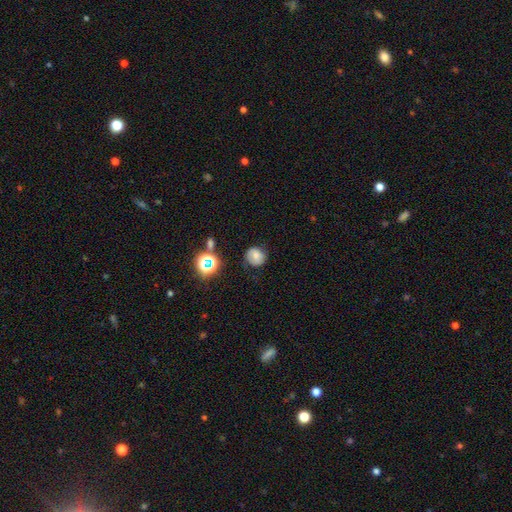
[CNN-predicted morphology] Q: Smooth or featured?
A: smooth (66%); runner-up: featured or disk (20%)
Q: How rounded?
A: round (80%); runner-up: in between (19%)
Q: Merging?
A: none (73%); runner-up: minor disturbance (19%)